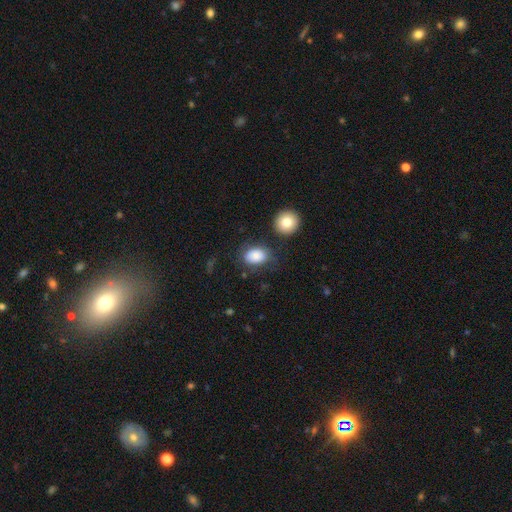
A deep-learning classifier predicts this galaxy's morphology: smooth 84%, featured or disk 8%, star or artifact 8%. Down the decision tree: how rounded — in between (76%); merging — none (68%).